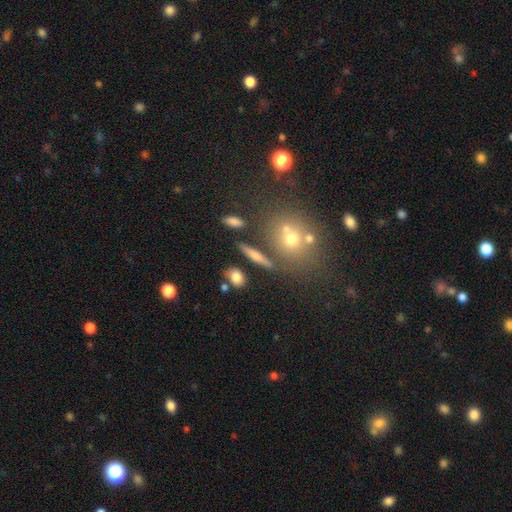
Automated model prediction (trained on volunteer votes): This appears to be a smooth galaxy with no disk features (61%) that is cigar-shaped (62%). Merging: none (78%).